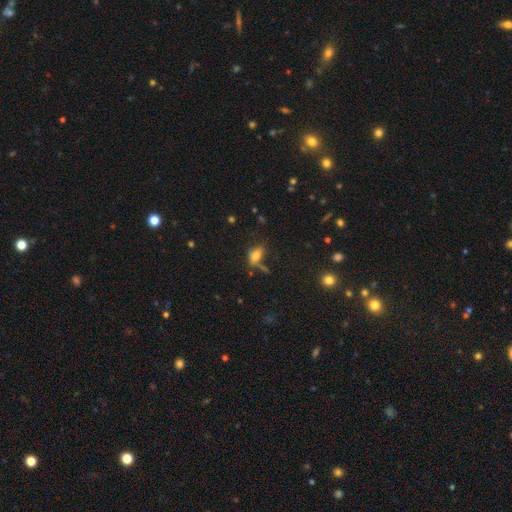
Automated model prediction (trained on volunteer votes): smooth-or-featured: smooth: 70% | featured or disk: 16% | star or artifact: 14%
  how-rounded: in between: 84% | round: 10% | cigar-shaped: 6%
  merging: none: 46% | minor disturbance: 24% | major disturbance: 16% | merger: 14%